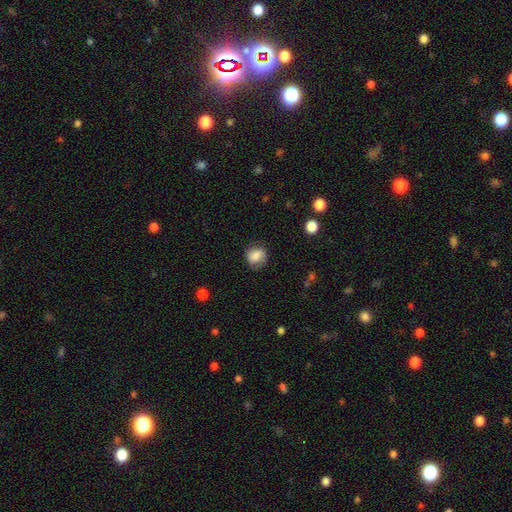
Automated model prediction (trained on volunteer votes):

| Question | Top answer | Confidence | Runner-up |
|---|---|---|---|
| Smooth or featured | smooth | 76% | featured or disk (15%) |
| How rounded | round | 68% | in between (31%) |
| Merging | none | 72% | minor disturbance (20%) |